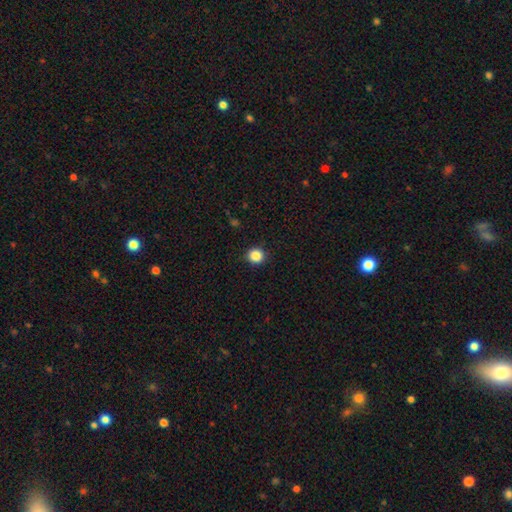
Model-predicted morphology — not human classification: This is clearly a smooth galaxy (86%). How rounded: clearly round (91%). Merging: clearly none (91%).